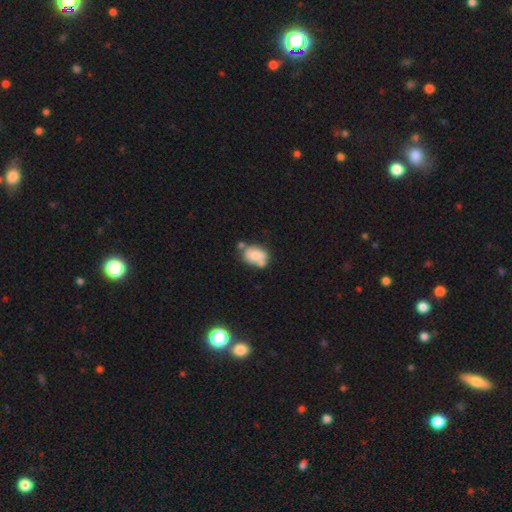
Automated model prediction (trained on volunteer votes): This appears to be a smooth galaxy with no disk features (67%) that is in between round and cigar-shaped (76%). Merging: none (41%).